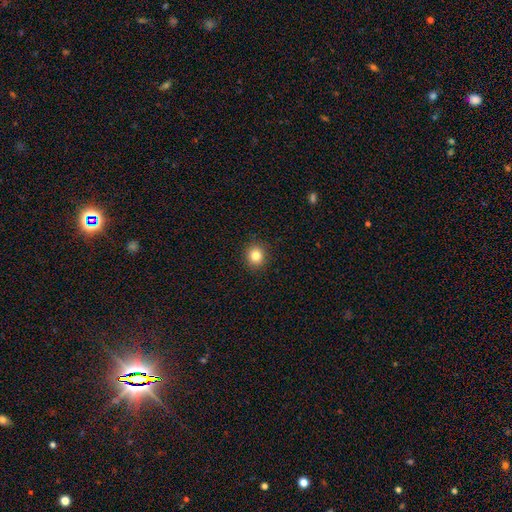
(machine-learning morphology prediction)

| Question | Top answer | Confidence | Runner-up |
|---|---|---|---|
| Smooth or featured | smooth | 82% | star or artifact (12%) |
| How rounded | round | 87% | in between (12%) |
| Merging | none | 92% | minor disturbance (5%) |